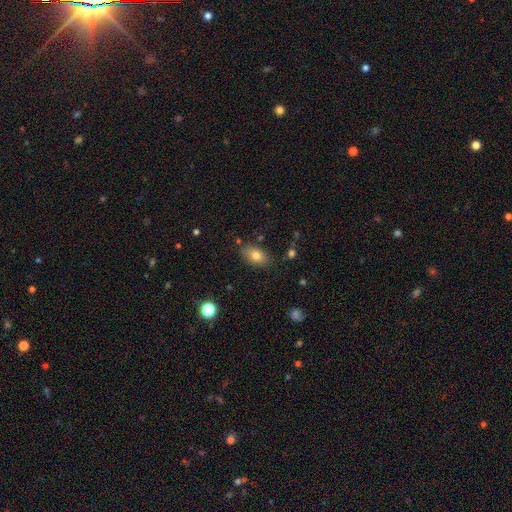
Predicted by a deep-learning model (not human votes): This appears to be a smooth galaxy with no disk features (78%) that is in between round and cigar-shaped (88%). Merging: none (80%).